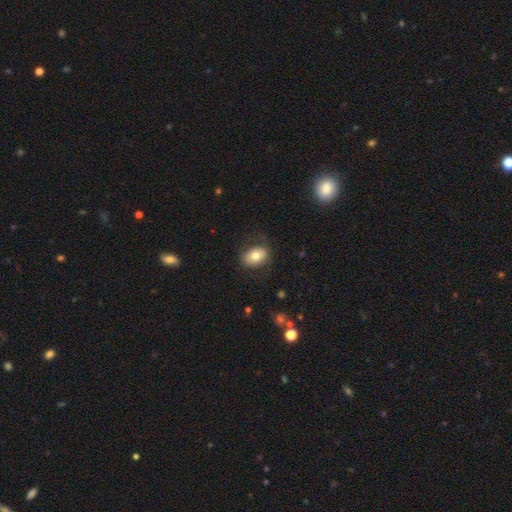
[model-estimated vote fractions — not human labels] A smooth galaxy with no disk features (74%) that is in between round and cigar-shaped (78%).

Vote fractions:
- Smooth or featured? smooth: 74% / featured or disk: 18% / star or artifact: 8%
- How rounded? in between: 78% / round: 20% / cigar-shaped: 1%
- Merging? none: 74% / minor disturbance: 17% / major disturbance: 8% / merger: 1%